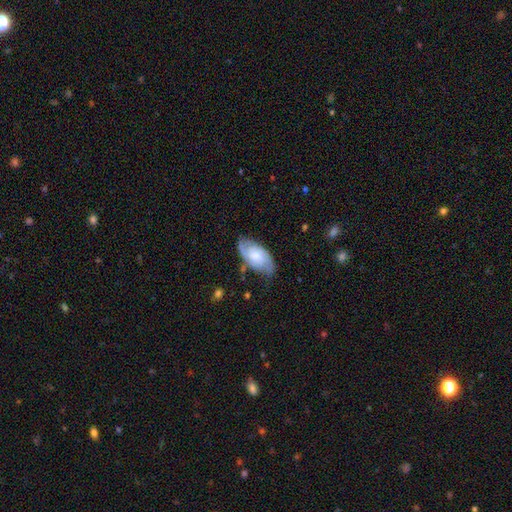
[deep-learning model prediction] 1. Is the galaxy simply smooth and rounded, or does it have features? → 69% featured or disk, 25% smooth, 6% star or artifact.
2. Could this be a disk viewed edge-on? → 94% no, 6% yes.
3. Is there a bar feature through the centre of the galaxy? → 67% no, 28% weak, 5% strong.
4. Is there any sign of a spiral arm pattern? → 92% yes, 8% no.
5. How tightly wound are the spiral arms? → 44% medium, 36% tight, 19% loose.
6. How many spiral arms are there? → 76% 2, 13% can't tell, 5% 3, 3% 1, 2% 4, 1% more than 4.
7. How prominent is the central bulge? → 44% moderate, 41% small, 7% large, 6% none, 2% dominant.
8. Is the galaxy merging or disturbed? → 68% none, 22% minor disturbance, 7% major disturbance, 2% merger.